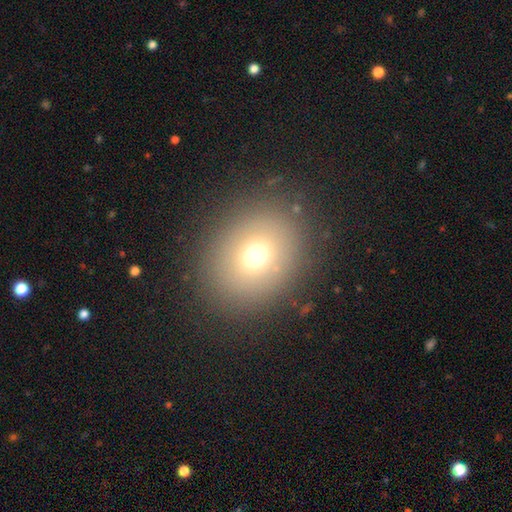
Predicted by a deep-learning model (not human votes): This appears to be a smooth galaxy with no disk features (70%) that is round (58%). Merging: none (86%).